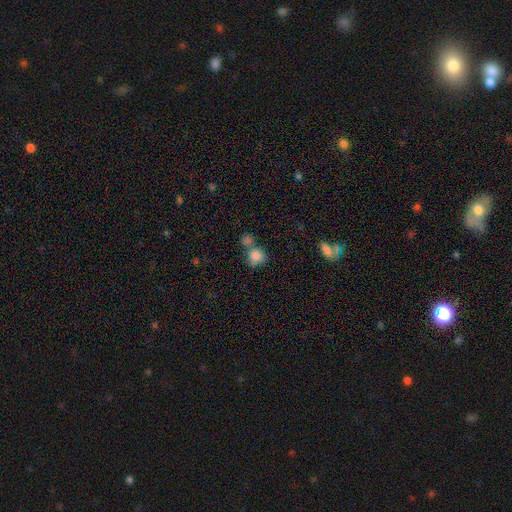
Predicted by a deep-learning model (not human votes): This is clearly a smooth galaxy (83%). How rounded: likely round (78%). Merging: possibly none (45%).